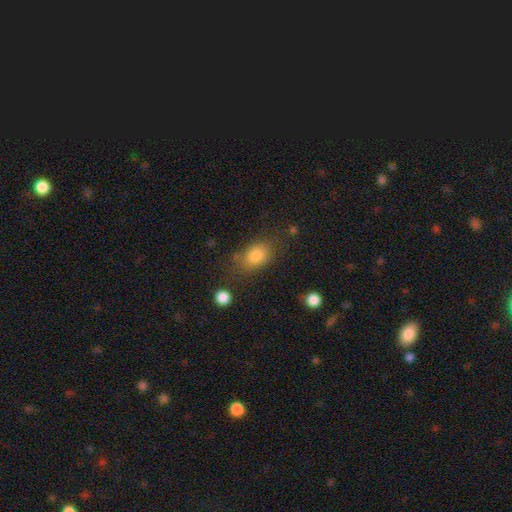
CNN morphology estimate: smooth_or_featured: smooth (p=0.82) [alt: star or artifact p=0.10]
how_rounded: in between (p=0.77) [alt: round p=0.21]
merging: none (p=0.68) [alt: minor disturbance p=0.20]